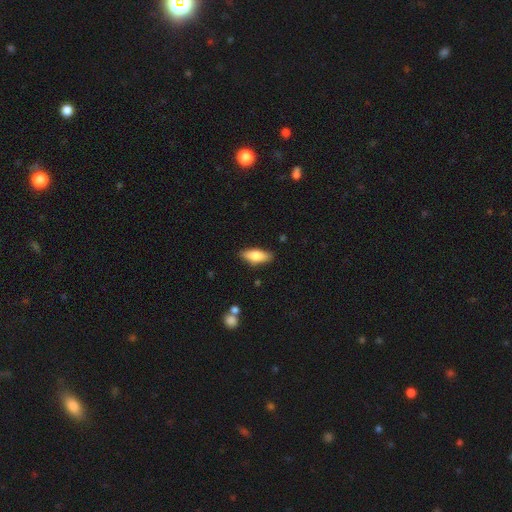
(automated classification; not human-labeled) smooth 76%, featured or disk 18%, star or artifact 6%. Down the decision tree: how rounded — in between (73%); merging — none (84%).